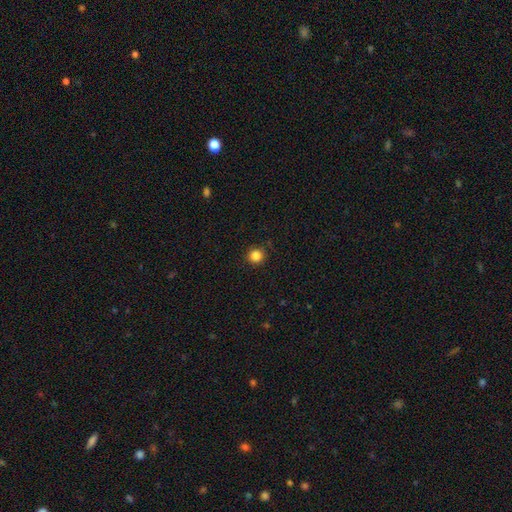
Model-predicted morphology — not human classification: The model was most divided on "smooth or featured": smooth: 85%, star or artifact: 12%, featured or disk: 4%. More confident: how rounded — round (94%); merging — none (91%).